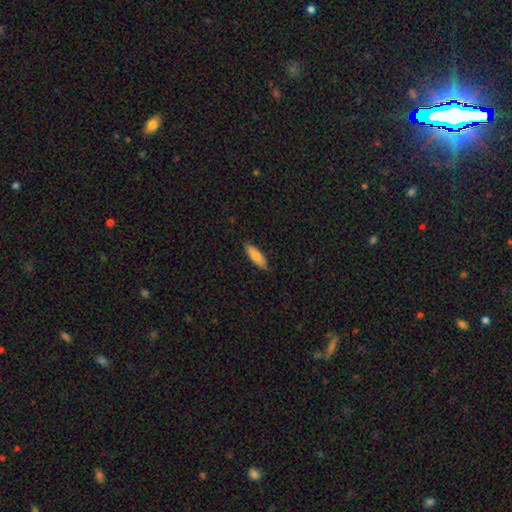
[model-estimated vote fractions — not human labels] Smooth or featured? Predicted: smooth (p=0.81). How rounded? Predicted: cigar-shaped (p=0.53). Merging? Predicted: none (p=0.88).